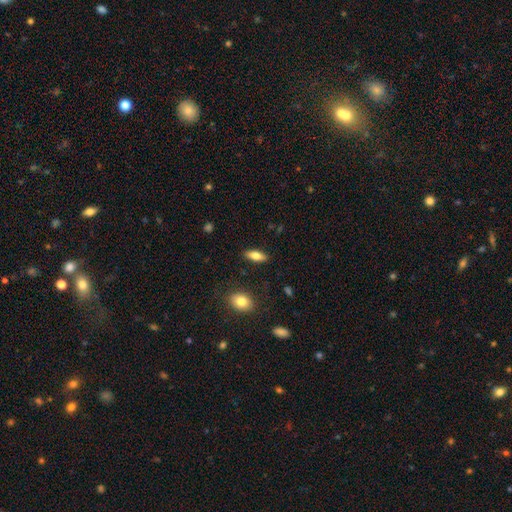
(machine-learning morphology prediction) type=smooth (75%); roundness=in between (73%); merging=none (87%).